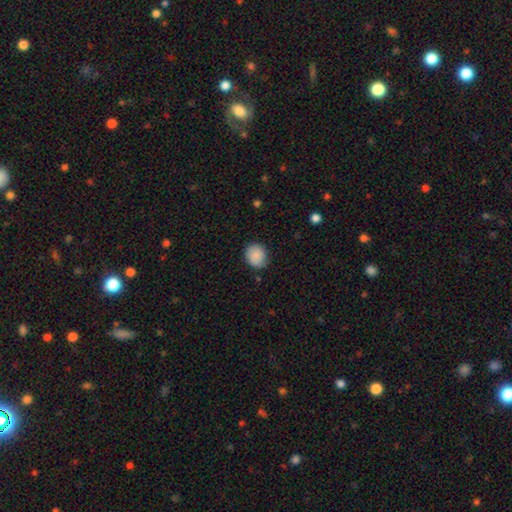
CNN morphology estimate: This appears to be a smooth galaxy with no disk features (88%) that is round (66%). Merging: none (81%).